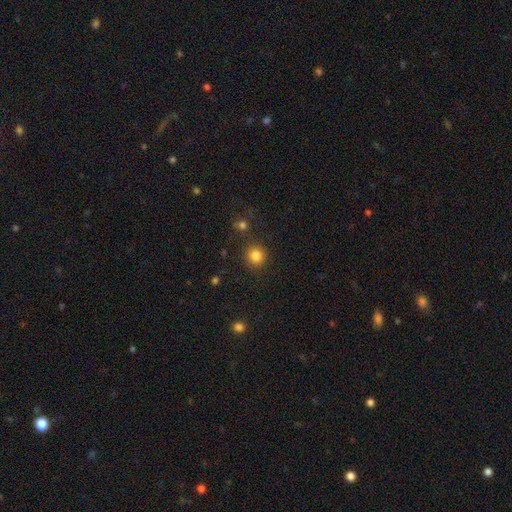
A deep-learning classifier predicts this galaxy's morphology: Q: Smooth or featured?
A: smooth (84%); runner-up: star or artifact (12%)
Q: How rounded?
A: round (91%); runner-up: in between (8%)
Q: Merging?
A: none (86%); runner-up: minor disturbance (7%)